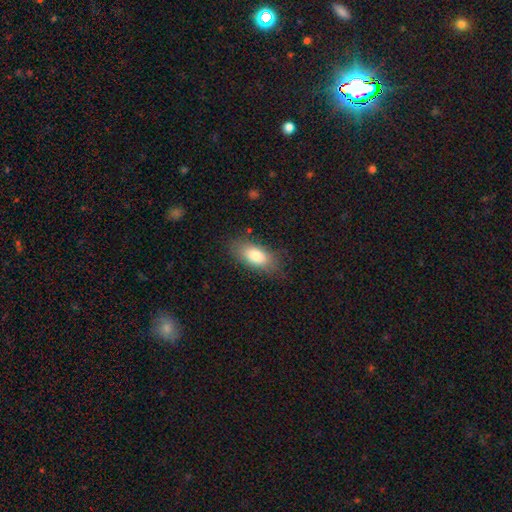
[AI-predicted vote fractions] Smooth or featured: smooth — 81% (featured or disk — 12%)
How rounded: in between — 87% (cigar-shaped — 10%)
Merging: none — 77% (minor disturbance — 17%)